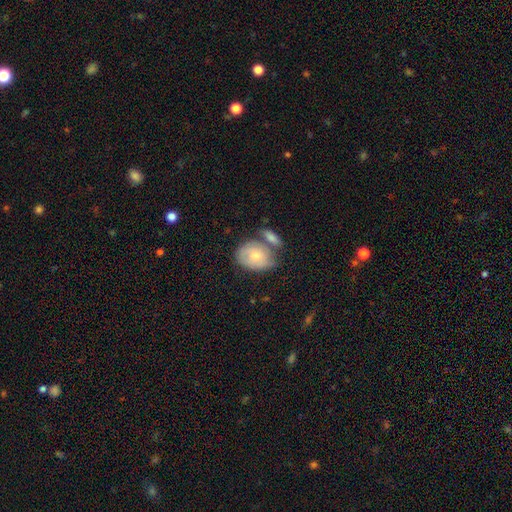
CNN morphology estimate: Smooth or featured: smooth — 65% (featured or disk — 29%)
How rounded: in between — 57% (round — 42%)
Merging: none — 38% (merger — 34%)